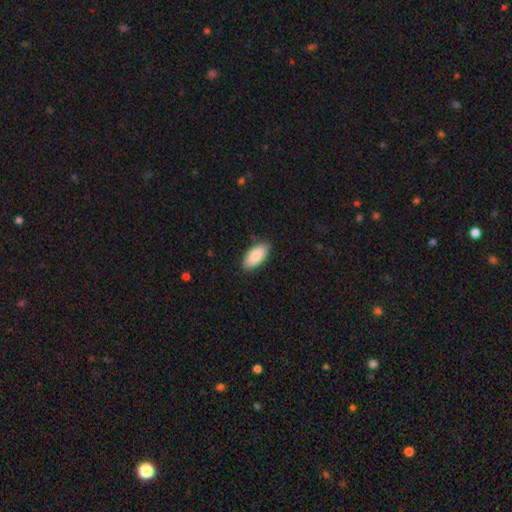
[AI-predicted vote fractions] Smooth or featured? smooth (87%)
How rounded? in between (92%)
Merging? none (84%)